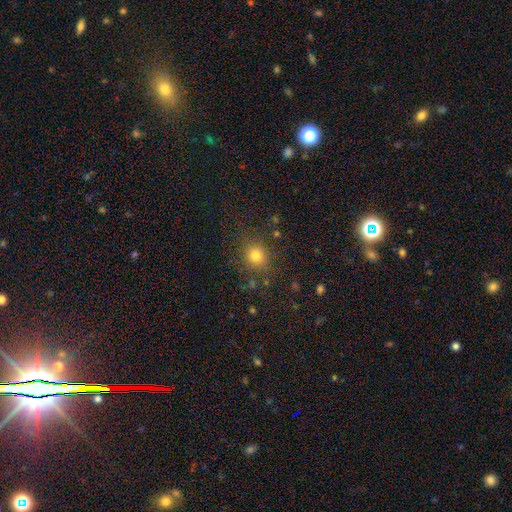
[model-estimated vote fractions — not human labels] A smooth galaxy with no disk features (79%) that is round (81%).

Vote fractions:
- Smooth or featured? smooth: 79% / star or artifact: 15% / featured or disk: 6%
- How rounded? round: 81% / in between: 18% / cigar-shaped: 1%
- Merging? none: 81% / minor disturbance: 11% / major disturbance: 5% / merger: 3%